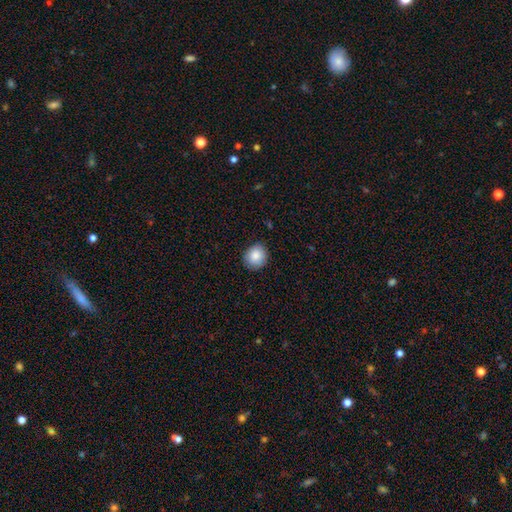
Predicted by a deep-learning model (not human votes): Smooth or featured?
  - smooth: 86% *
  - star or artifact: 8%
  - featured or disk: 6%
How rounded?
  - round: 69% *
  - in between: 30%
  - cigar-shaped: 1%
Merging?
  - none: 85% *
  - minor disturbance: 12%
  - major disturbance: 2%
  - merger: 1%